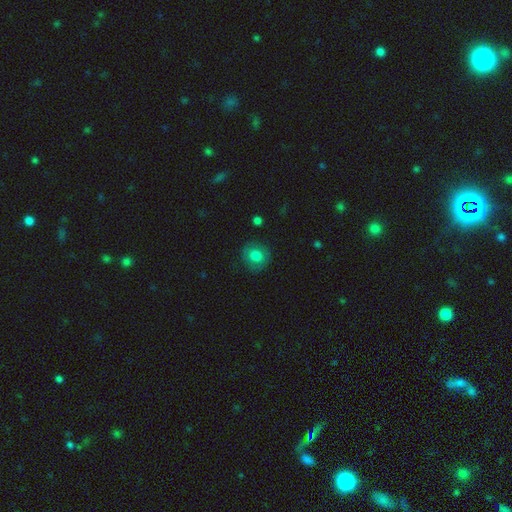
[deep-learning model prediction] smooth_or_featured: smooth (p=0.77) [alt: featured or disk p=0.14]
how_rounded: round (p=0.85) [alt: in between p=0.14]
merging: none (p=0.84) [alt: minor disturbance p=0.11]